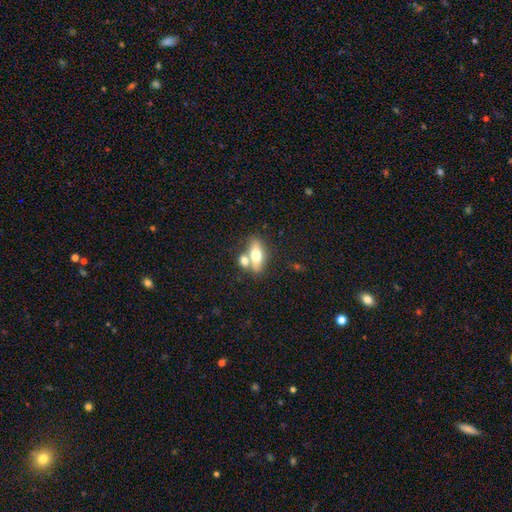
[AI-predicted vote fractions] smooth-or-featured: smooth: 58% | featured or disk: 35% | star or artifact: 7%
  how-rounded: in between: 68% | cigar-shaped: 24% | round: 8%
  merging: none: 53% | merger: 32% | minor disturbance: 11% | major disturbance: 4%